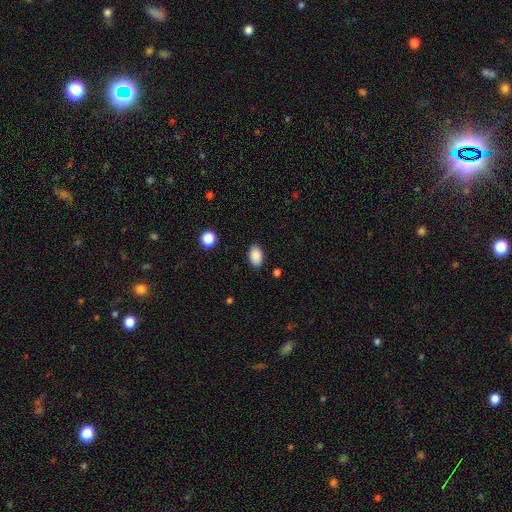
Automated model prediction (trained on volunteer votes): A smooth galaxy with no disk features (88%) that is in between round and cigar-shaped (90%). Merging: none (87%).